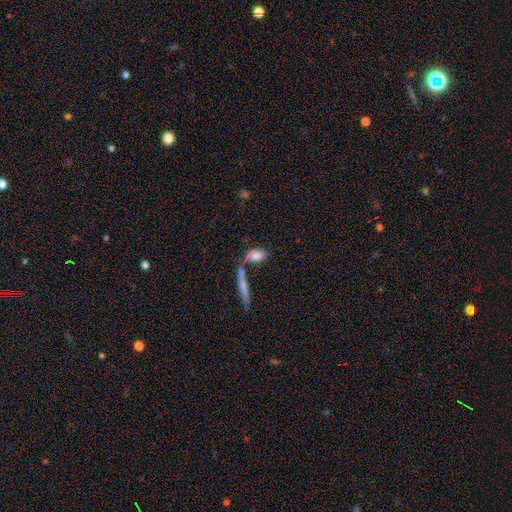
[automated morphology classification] Smooth or featured? smooth (75%)
How rounded? in between (76%)
Merging? none (54%)